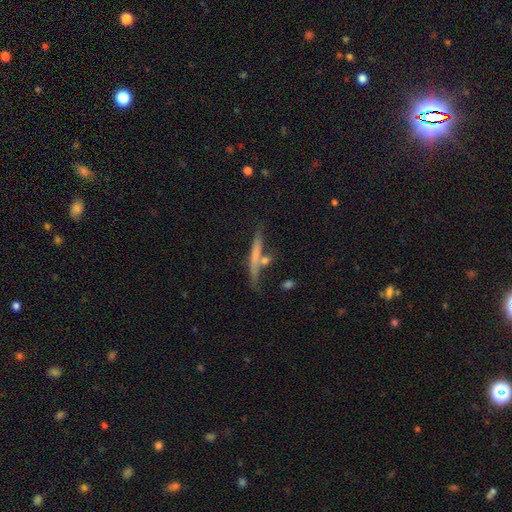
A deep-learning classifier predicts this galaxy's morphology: smooth_or_featured: smooth (p=0.51) [alt: featured or disk p=0.41]
how_rounded: cigar-shaped (p=0.92) [alt: in between p=0.05]
merging: none (p=0.64) [alt: merger p=0.15]